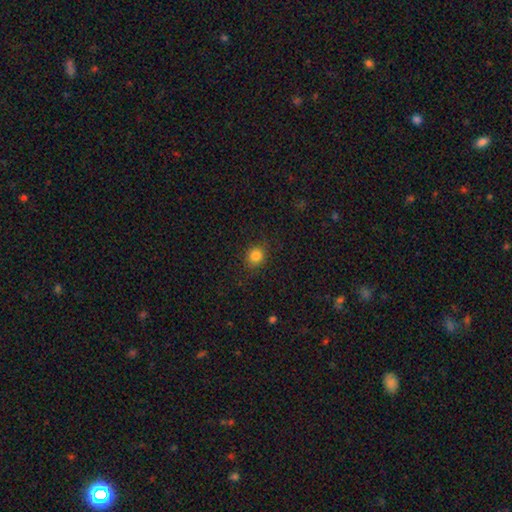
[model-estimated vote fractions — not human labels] Smooth or featured? Predicted: smooth (p=0.83). How rounded? Predicted: round (p=0.71). Merging? Predicted: none (p=0.87).